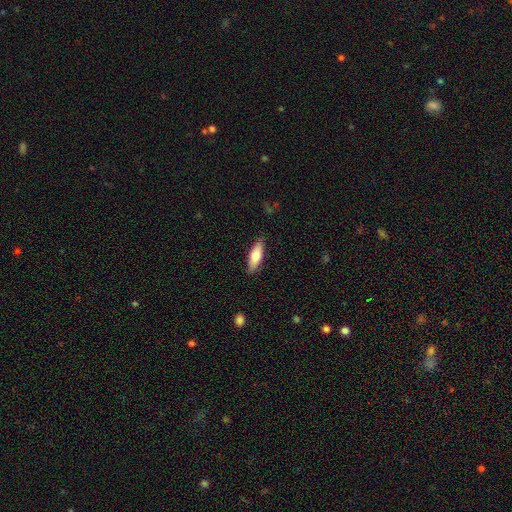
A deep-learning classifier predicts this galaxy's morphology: The model was most divided on "how rounded": in between: 55%, cigar-shaped: 43%, round: 2%. More confident: merging — none (86%); smooth or featured — smooth (73%).